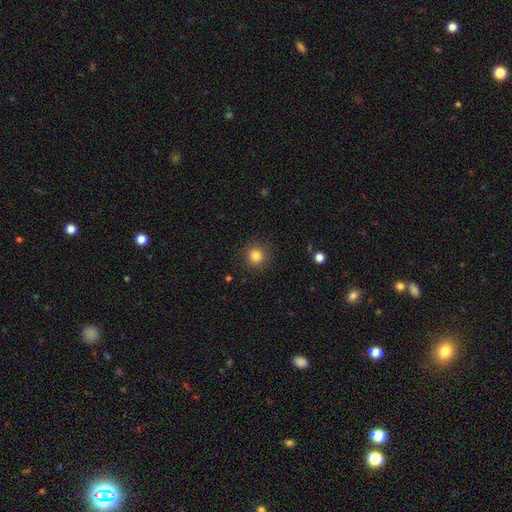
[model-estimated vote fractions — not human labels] Smooth or featured? smooth (84%)
How rounded? round (92%)
Merging? none (89%)